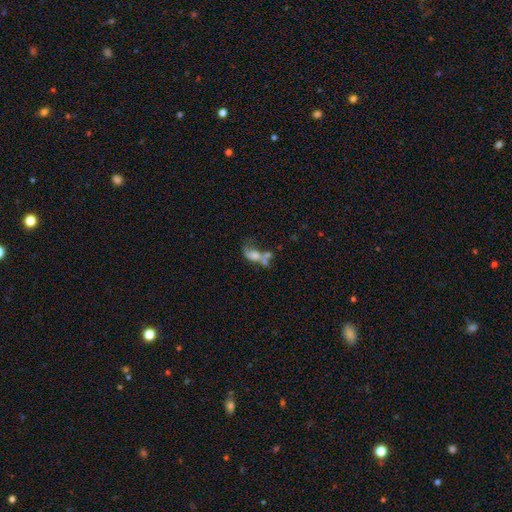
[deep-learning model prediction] Q: Smooth or featured?
A: smooth (46%); runner-up: featured or disk (41%)
Q: Merging?
A: merger (50%); runner-up: major disturbance (23%)